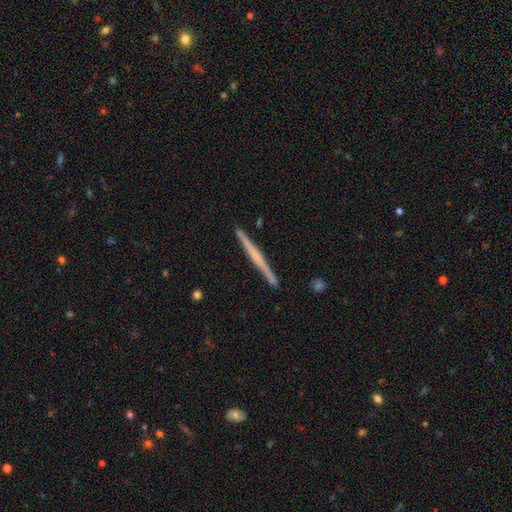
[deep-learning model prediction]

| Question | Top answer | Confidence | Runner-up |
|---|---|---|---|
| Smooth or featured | featured or disk | 69% | smooth (26%) |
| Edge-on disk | yes | 98% | no (2%) |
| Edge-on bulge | none | 47% | rounded (39%) |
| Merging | none | 92% | minor disturbance (6%) |